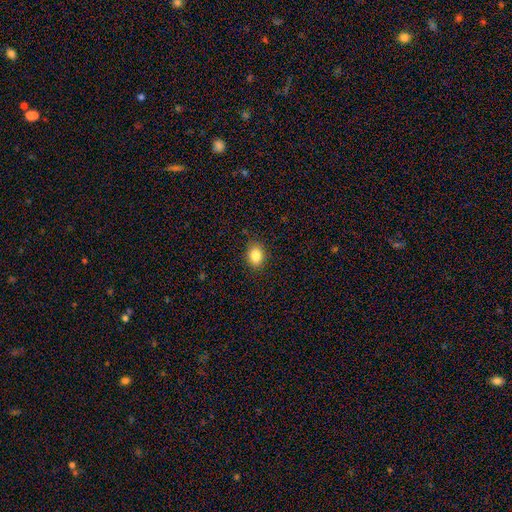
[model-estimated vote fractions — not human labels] A smooth galaxy with no disk features (84%) that is in between round and cigar-shaped (61%).

Vote fractions:
- Smooth or featured? smooth: 84% / star or artifact: 10% / featured or disk: 6%
- How rounded? in between: 61% / round: 38% / cigar-shaped: 1%
- Merging? none: 87% / minor disturbance: 9% / major disturbance: 2% / merger: 1%